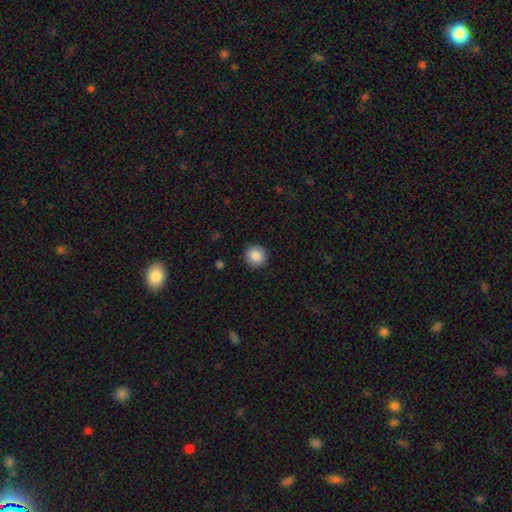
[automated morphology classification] A smooth galaxy with no disk features (86%) that is round (95%).

Vote fractions:
- Smooth or featured? smooth: 86% / star or artifact: 8% / featured or disk: 5%
- How rounded? round: 95% / in between: 5% / cigar-shaped: 1%
- Merging? none: 91% / minor disturbance: 6% / major disturbance: 2% / merger: 1%